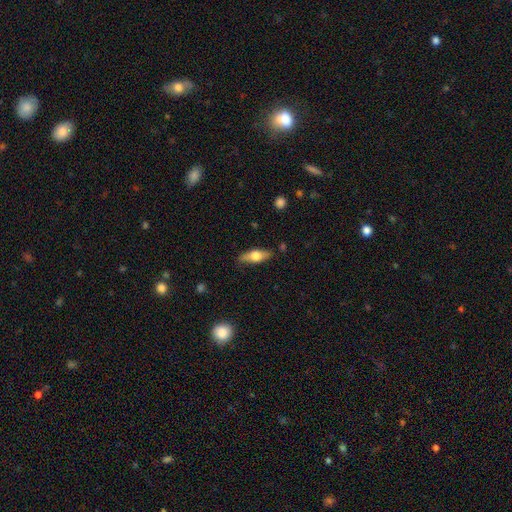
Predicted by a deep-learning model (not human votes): Smooth or featured?
  - smooth: 53% *
  - featured or disk: 41%
  - star or artifact: 6%
How rounded?
  - in between: 60% *
  - cigar-shaped: 36%
  - round: 4%
Merging?
  - none: 82% *
  - minor disturbance: 13%
  - major disturbance: 3%
  - merger: 2%